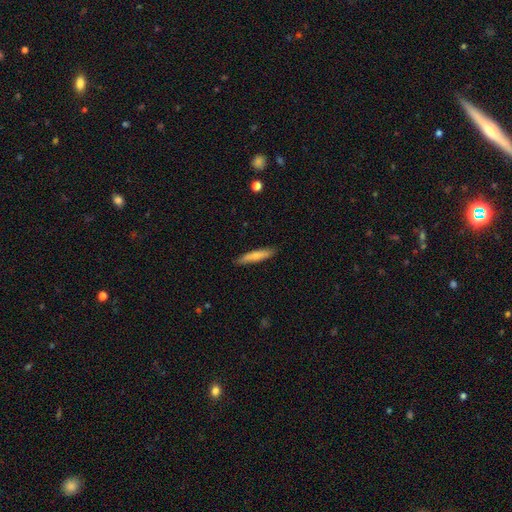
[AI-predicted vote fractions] Smooth or featured? Predicted: smooth (p=0.69). How rounded? Predicted: cigar-shaped (p=0.87). Merging? Predicted: none (p=0.88).